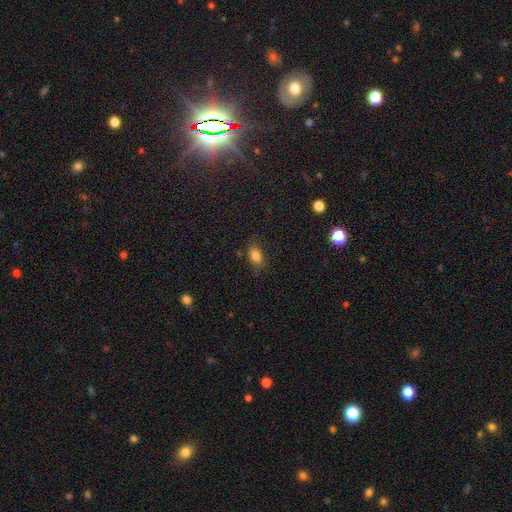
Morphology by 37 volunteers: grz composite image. It shows a smooth galaxy with no disk features (92%) that is in between round and cigar-shaped (82%). Merging: none (72%).